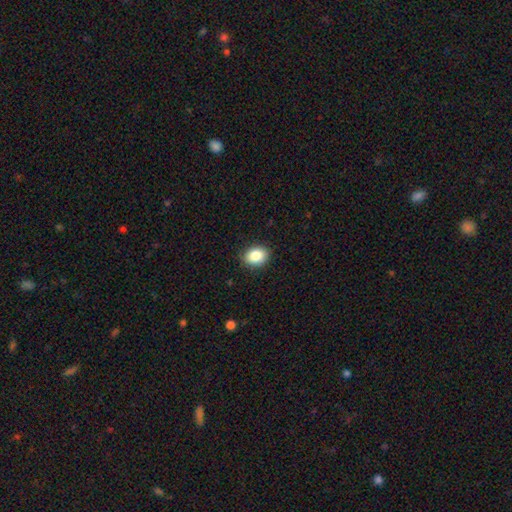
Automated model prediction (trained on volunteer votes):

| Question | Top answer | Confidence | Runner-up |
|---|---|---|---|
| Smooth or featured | smooth | 85% | star or artifact (9%) |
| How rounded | in between | 55% | round (45%) |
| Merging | none | 89% | minor disturbance (8%) |